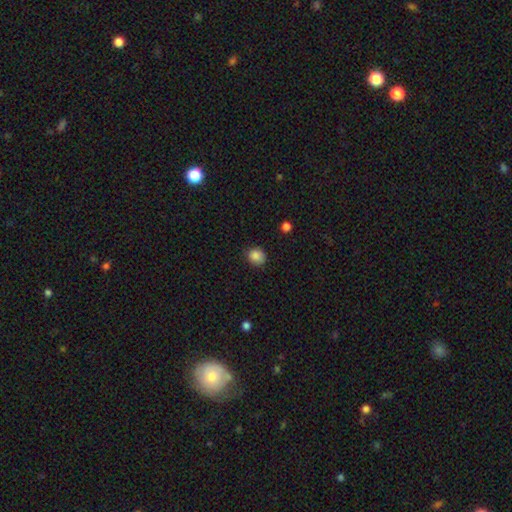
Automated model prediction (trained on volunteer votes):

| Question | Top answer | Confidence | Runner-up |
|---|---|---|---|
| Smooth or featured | smooth | 86% | star or artifact (10%) |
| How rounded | round | 79% | in between (20%) |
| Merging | none | 83% | minor disturbance (13%) |